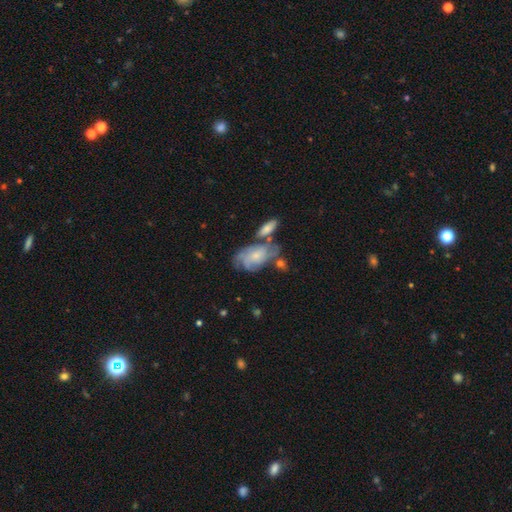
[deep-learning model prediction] smooth-or-featured: featured or disk: 65% | smooth: 27% | star or artifact: 8%
  disk-edge-on: no: 95% | yes: 5%
    bar: no: 73% | weak: 23% | strong: 4%
    has-spiral-arms: yes: 87% | no: 13%
      spiral-winding: tight: 49% | medium: 36% | loose: 15%
      spiral-arm-count: can't tell: 43% | 3: 20% | 4: 15% | 2: 12% | more than 4: 5% | 1: 5%
    bulge-size: small: 56% | moderate: 28% | none: 10% | large: 4% | dominant: 2%
  merging: none: 45% | minor disturbance: 22% | merger: 18% | major disturbance: 15%